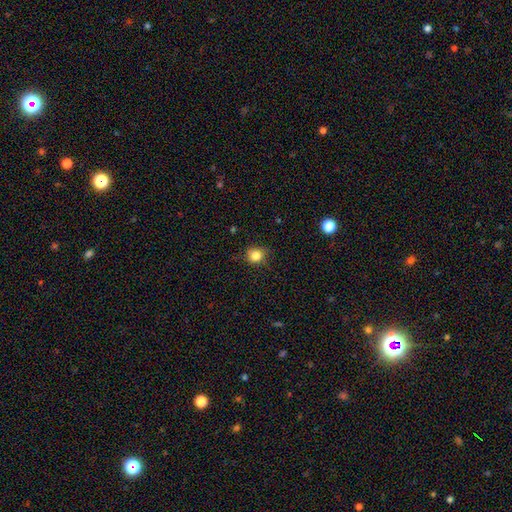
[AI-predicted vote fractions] The model was most divided on "how rounded": round: 77%, in between: 22%, cigar-shaped: 1%. More confident: smooth or featured — smooth (83%); merging — none (78%).